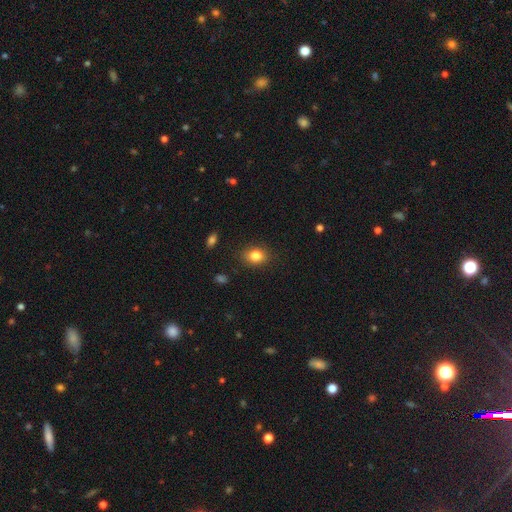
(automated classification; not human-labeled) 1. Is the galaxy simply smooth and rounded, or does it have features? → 83% smooth, 10% star or artifact, 7% featured or disk.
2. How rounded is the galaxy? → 54% in between, 45% round, 1% cigar-shaped.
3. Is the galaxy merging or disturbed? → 86% none, 10% minor disturbance, 3% major disturbance, 1% merger.